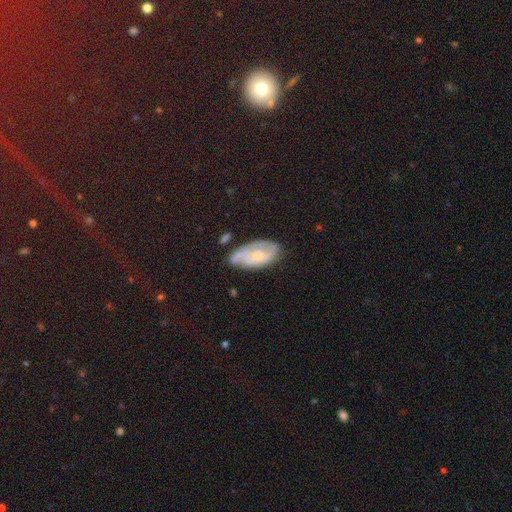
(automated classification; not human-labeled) This appears to be a featured or disk galaxy (57%) with no bar (73%), spiral arms (74%) and a small central bulge (58%). Merging: none (56%).